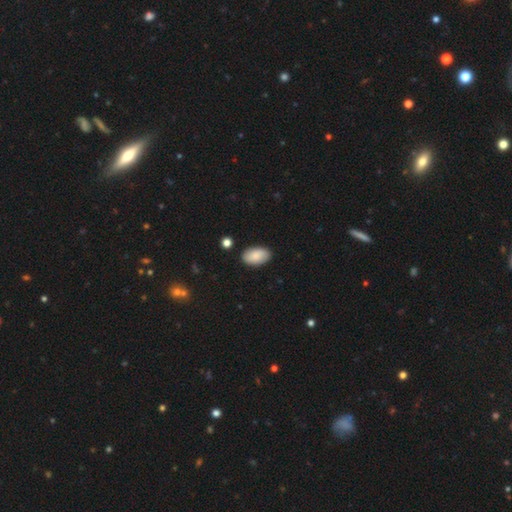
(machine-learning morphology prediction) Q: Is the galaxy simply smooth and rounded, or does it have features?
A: smooth — 87%.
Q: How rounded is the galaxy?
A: in between — 95%.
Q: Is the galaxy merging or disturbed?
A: none — 88%.